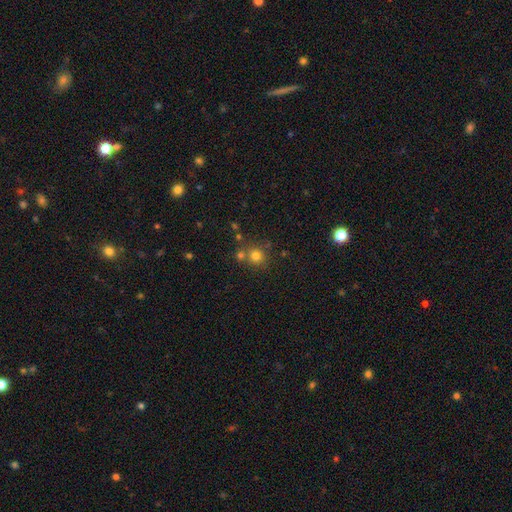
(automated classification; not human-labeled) Overall: smooth (76%). How rounded: round (90%). Merging: none (66%).